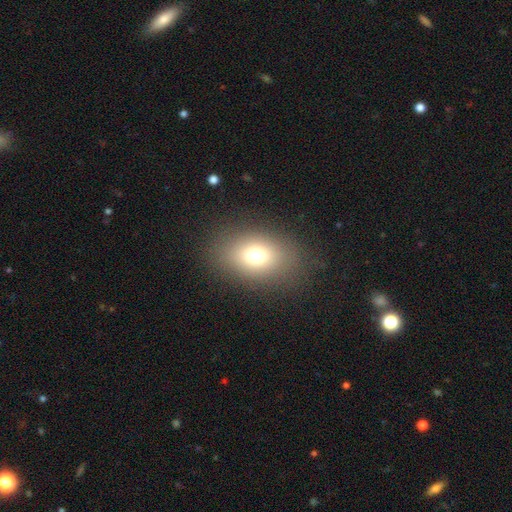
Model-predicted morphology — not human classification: type=smooth (73%); roundness=in between (71%); merging=none (84%).